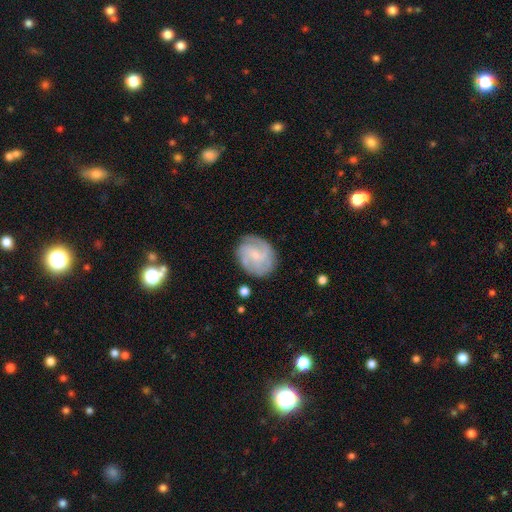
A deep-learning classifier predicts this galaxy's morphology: Smooth or featured? Predicted: featured or disk (p=0.73). Edge-on disk? Predicted: no (p=0.98). Bar? Predicted: no (p=0.58). Spiral arms? Predicted: yes (p=0.93). Spiral winding? Predicted: tight (p=0.45). Spiral arm count? Predicted: 3 (p=0.32). Bulge size? Predicted: small (p=0.63). Merging? Predicted: none (p=0.77).